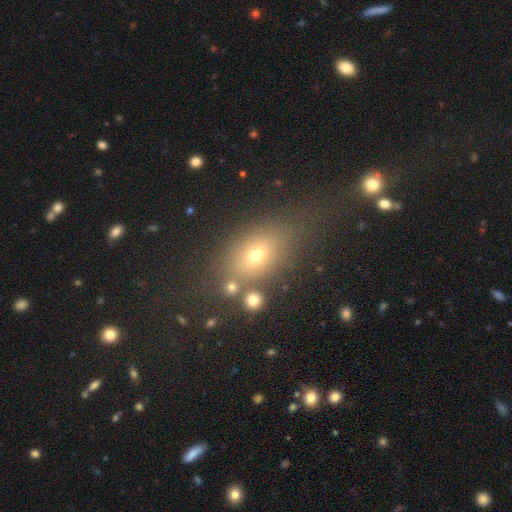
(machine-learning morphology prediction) type=smooth (65%); roundness=in between (72%); merging=none (65%).